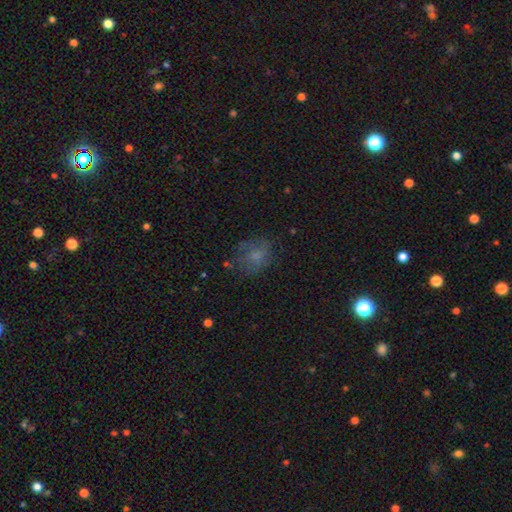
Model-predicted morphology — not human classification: smooth-or-featured: smooth: 58% | featured or disk: 26% | star or artifact: 16%
  how-rounded: round: 53% | in between: 45% | cigar-shaped: 1%
  merging: none: 59% | minor disturbance: 22% | major disturbance: 16% | merger: 2%